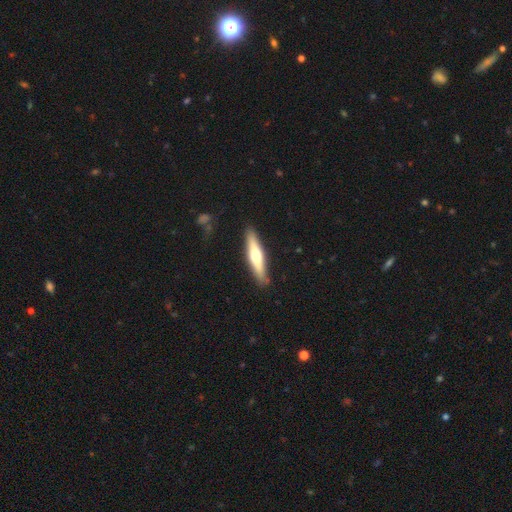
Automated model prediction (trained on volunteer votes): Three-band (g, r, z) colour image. It shows a featured or disk galaxy (48%). Merging: none (87%).